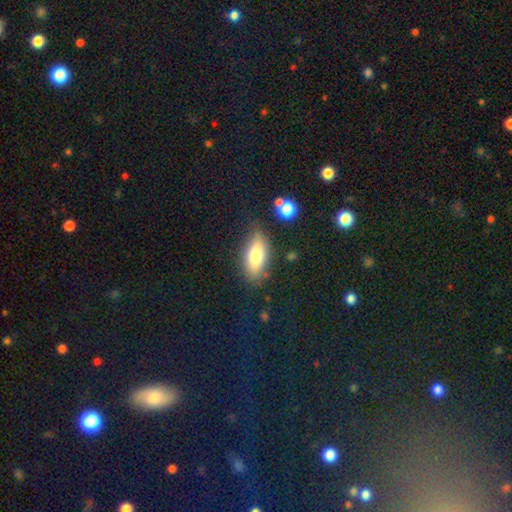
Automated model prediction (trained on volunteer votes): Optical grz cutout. It shows a smooth galaxy with no disk features (72%) that is in between round and cigar-shaped (80%). Merging: none (76%).